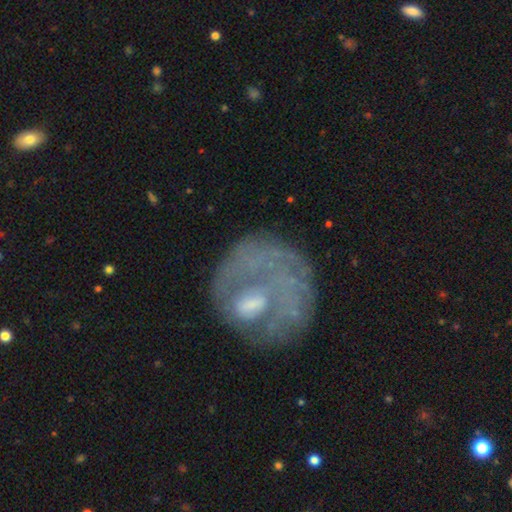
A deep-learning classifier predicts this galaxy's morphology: Smooth or featured?
  - featured or disk: 59% *
  - smooth: 31%
  - star or artifact: 11%
Edge-on disk?
  - no: 97% *
  - yes: 3%
Bar?
  - no: 71% *
  - weak: 22%
  - strong: 7%
Spiral arms?
  - no: 67% *
  - yes: 33%
Bulge size?
  - moderate: 36% *
  - none: 31%
  - small: 22%
  - large: 8%
  - dominant: 2%
Merging?
  - none: 43% *
  - major disturbance: 33%
  - minor disturbance: 18%
  - merger: 6%